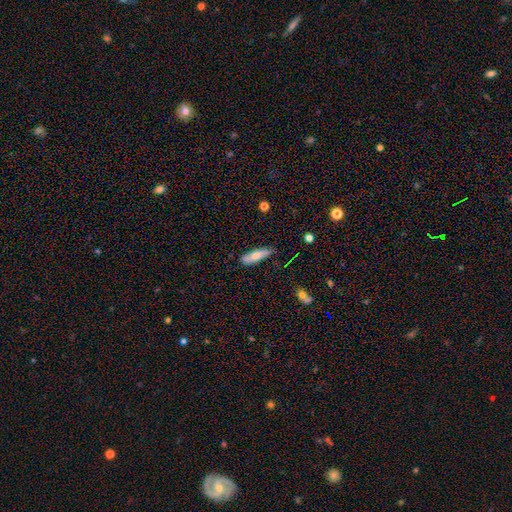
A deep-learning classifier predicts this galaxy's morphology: Q: Smooth or featured?
A: smooth (70%); runner-up: featured or disk (24%)
Q: How rounded?
A: cigar-shaped (62%); runner-up: in between (36%)
Q: Merging?
A: none (71%); runner-up: minor disturbance (23%)